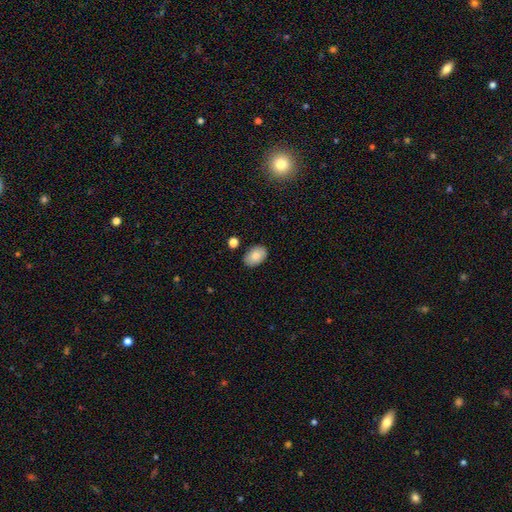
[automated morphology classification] The model was most divided on "merging": none: 83%, minor disturbance: 12%, merger: 3%, major disturbance: 2%. More confident: how rounded — in between (87%); smooth or featured — smooth (84%).